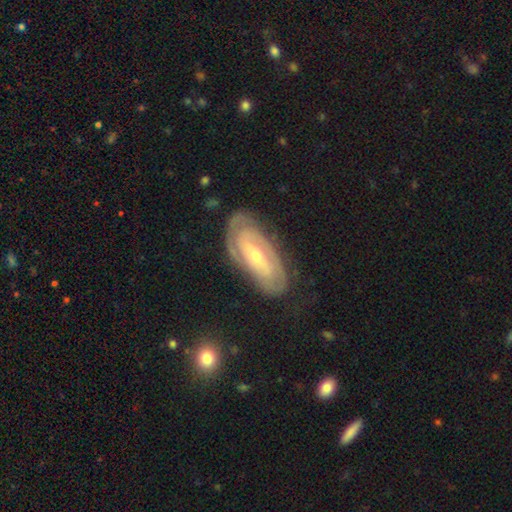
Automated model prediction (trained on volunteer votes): A featured or disk galaxy (82%) with no bar (41%), 2 (49%) tight (72%) spiral arms (91%) and a small central bulge (63%).

Vote fractions:
- Smooth or featured? featured or disk: 82% / smooth: 13% / star or artifact: 5%
- Edge-on disk? no: 93% / yes: 7%
- Bar? no: 41% / weak: 36% / strong: 22%
- Spiral arms? yes: 91% / no: 9%
- Spiral winding? tight: 72% / medium: 22% / loose: 6%
- Spiral arm count? 2: 49% / can't tell: 32% / 3: 9% / 1: 4% / 4: 3% / more than 4: 3%
- Bulge size? small: 63% / moderate: 33% / large: 2% / none: 1% / dominant: 1%
- Merging? none: 76% / minor disturbance: 17% / major disturbance: 6% / merger: 1%